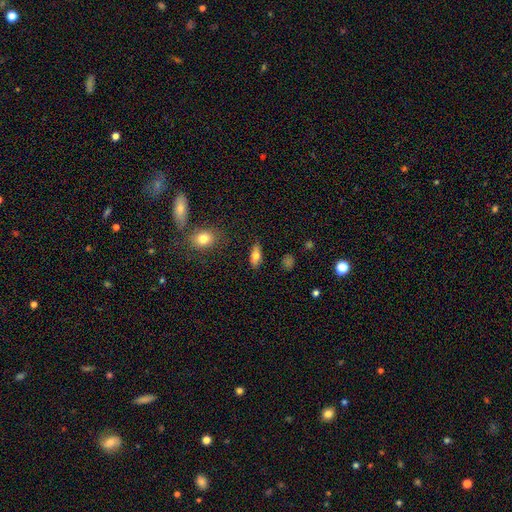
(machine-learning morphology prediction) Smooth or featured? Predicted: smooth (p=0.70). How rounded? Predicted: in between (p=0.79). Merging? Predicted: none (p=0.84).